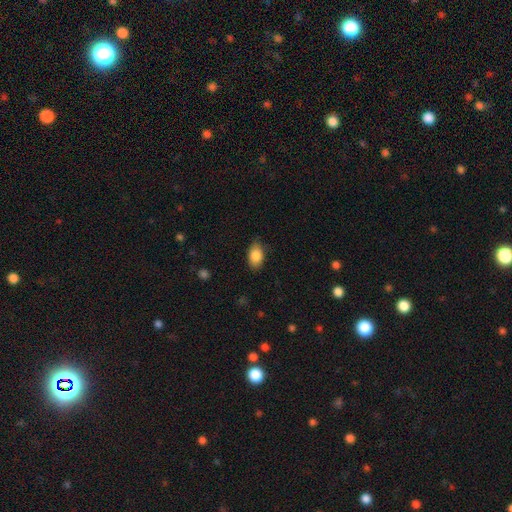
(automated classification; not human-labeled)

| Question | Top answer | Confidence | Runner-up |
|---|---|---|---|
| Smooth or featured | smooth | 85% | featured or disk (8%) |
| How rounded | in between | 89% | round (9%) |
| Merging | none | 81% | minor disturbance (16%) |